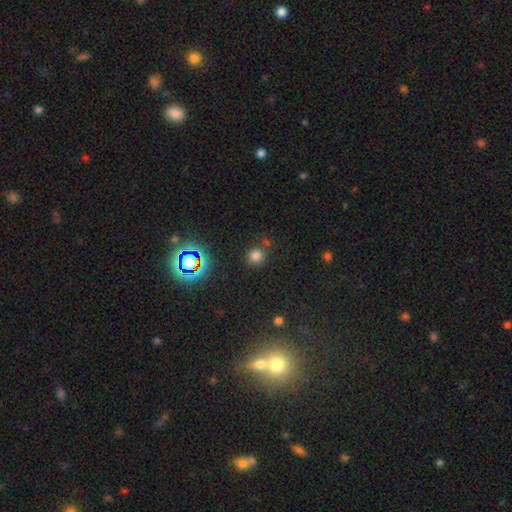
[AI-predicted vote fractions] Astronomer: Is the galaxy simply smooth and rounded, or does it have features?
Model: smooth — 71%.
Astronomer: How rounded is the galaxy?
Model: round — 91%.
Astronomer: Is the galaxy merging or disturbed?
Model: none — 78%.